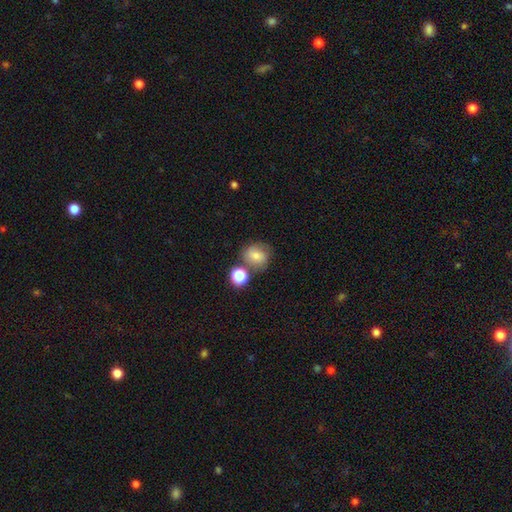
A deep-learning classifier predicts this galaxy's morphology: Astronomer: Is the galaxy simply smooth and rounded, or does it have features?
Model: smooth — 66%.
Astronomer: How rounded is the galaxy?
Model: round — 76%.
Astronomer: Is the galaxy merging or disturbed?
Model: none — 58%.